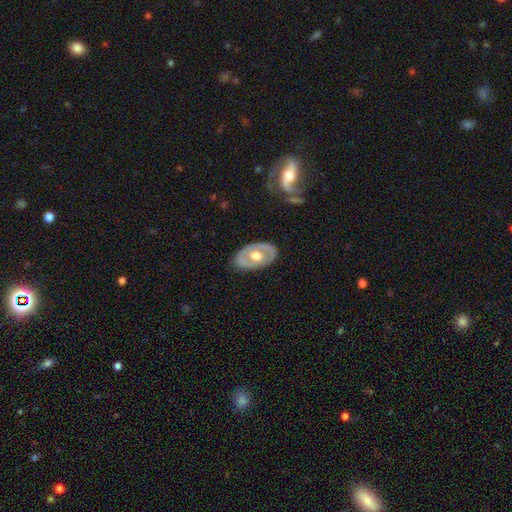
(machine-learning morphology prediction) type=featured or disk (60%); edge-on=no (89%); bar=no (81%); spiral arms=no (77%); bulge=moderate (67%); merging=none (80%).